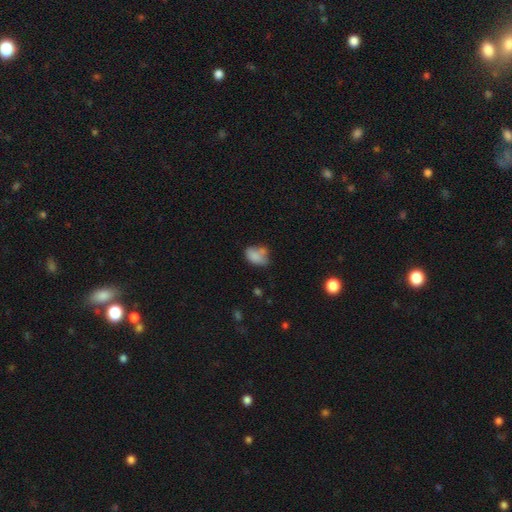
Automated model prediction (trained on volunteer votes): A smooth galaxy with no disk features (77%) that is in between round and cigar-shaped (81%). Merging: none (40%).